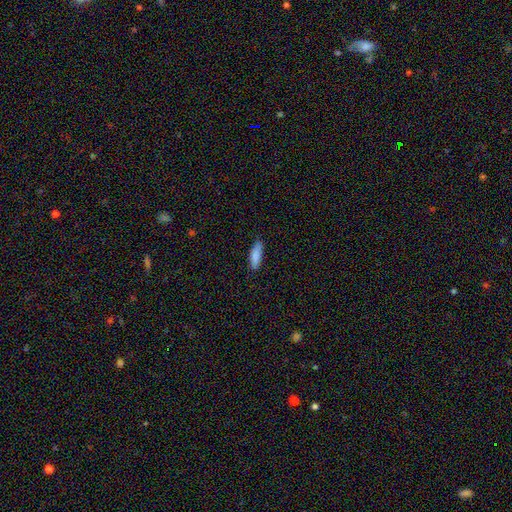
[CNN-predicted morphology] Smooth or featured? smooth (86%)
How rounded? cigar-shaped (51%)
Merging? none (82%)